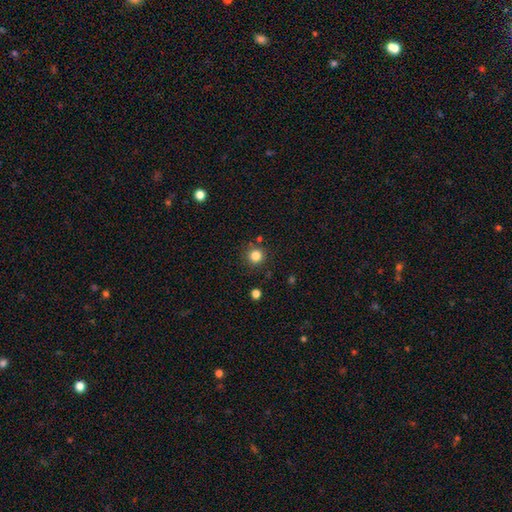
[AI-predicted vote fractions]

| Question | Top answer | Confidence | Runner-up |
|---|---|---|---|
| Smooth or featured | smooth | 83% | star or artifact (12%) |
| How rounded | round | 94% | in between (5%) |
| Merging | none | 85% | minor disturbance (8%) |